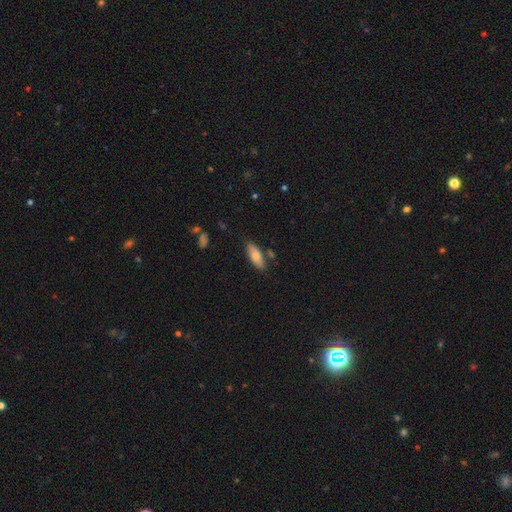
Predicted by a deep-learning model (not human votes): smooth_or_featured: smooth (p=0.75) [alt: featured or disk p=0.19]
how_rounded: in between (p=0.77) [alt: cigar-shaped p=0.21]
merging: none (p=0.79) [alt: minor disturbance p=0.14]